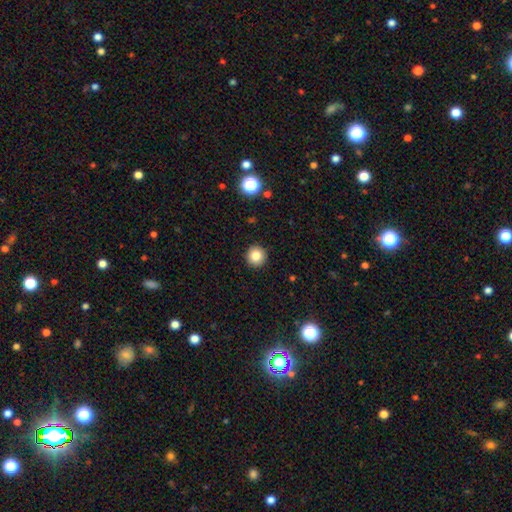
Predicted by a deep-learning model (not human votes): A smooth galaxy with no disk features (83%) that is round (95%).

Vote fractions:
- Smooth or featured? smooth: 83% / star or artifact: 11% / featured or disk: 6%
- How rounded? round: 95% / in between: 4% / cigar-shaped: 1%
- Merging? none: 93% / minor disturbance: 5% / major disturbance: 2% / merger: 1%